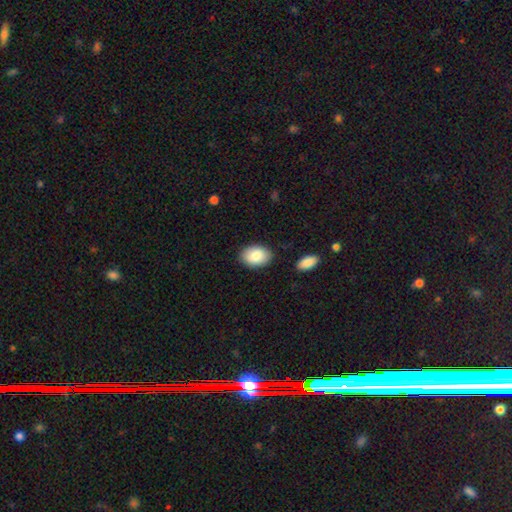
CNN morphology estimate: This appears to be a smooth galaxy with no disk features (87%) that is in between round and cigar-shaped (86%). Merging: none (85%).